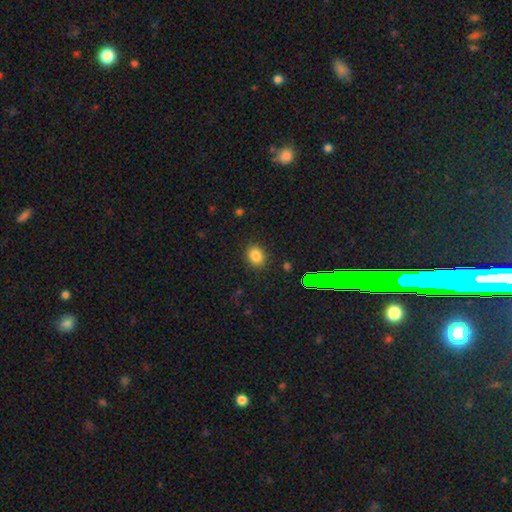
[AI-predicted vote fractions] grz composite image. It shows a smooth galaxy with no disk features (82%) that is round (51%). Merging: none (87%).